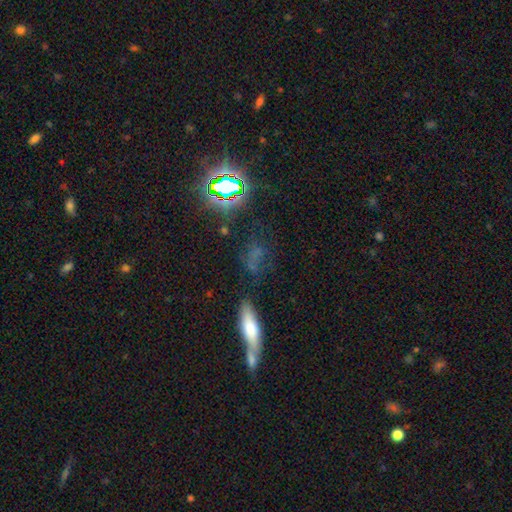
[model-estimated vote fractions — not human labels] A star or artifact, not a galaxy (42%).